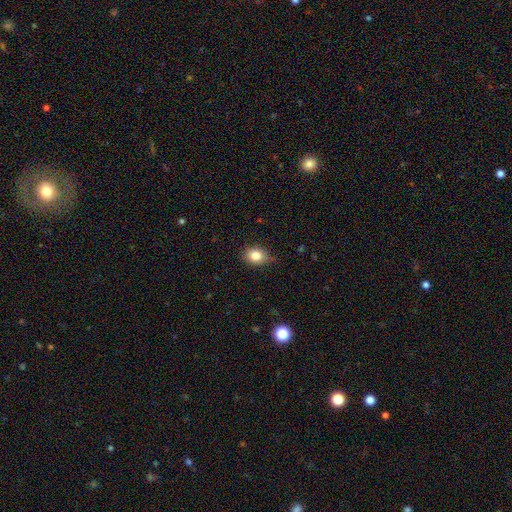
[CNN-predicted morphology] A smooth galaxy with no disk features (82%) that is in between round and cigar-shaped (56%).

Vote fractions:
- Smooth or featured? smooth: 82% / star or artifact: 10% / featured or disk: 8%
- How rounded? in between: 56% / round: 43% / cigar-shaped: 1%
- Merging? none: 73% / minor disturbance: 22% / major disturbance: 3% / merger: 1%